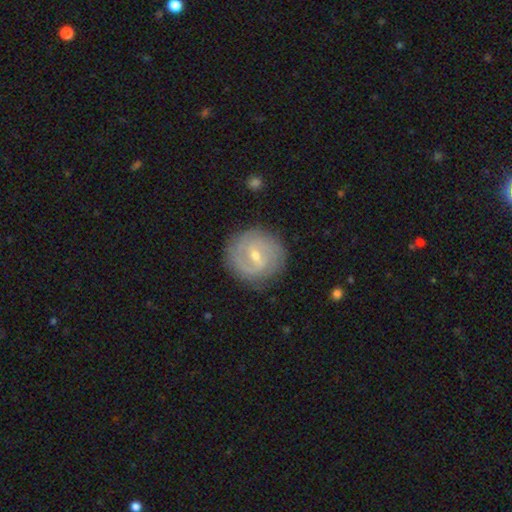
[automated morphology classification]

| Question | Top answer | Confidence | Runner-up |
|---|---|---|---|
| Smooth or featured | featured or disk | 81% | smooth (14%) |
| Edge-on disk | no | 97% | yes (3%) |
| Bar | weak | 57% | strong (24%) |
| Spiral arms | yes | 91% | no (9%) |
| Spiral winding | tight | 56% | medium (34%) |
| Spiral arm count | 2 | 63% | can't tell (19%) |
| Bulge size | small | 55% | moderate (42%) |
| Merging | none | 84% | minor disturbance (11%) |